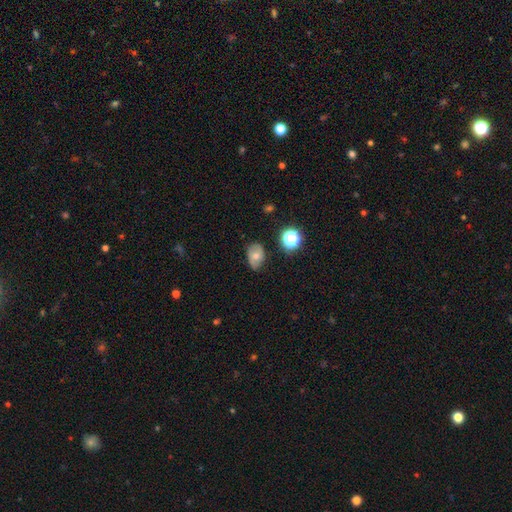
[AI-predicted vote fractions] Smooth or featured? smooth (49%)
Merging? none (71%)